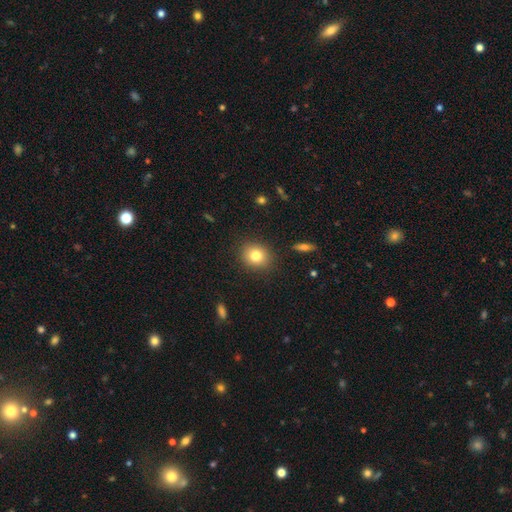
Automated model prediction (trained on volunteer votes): smooth 80%, star or artifact 11%, featured or disk 10%. Down the decision tree: how rounded — round (72%); merging — none (88%).